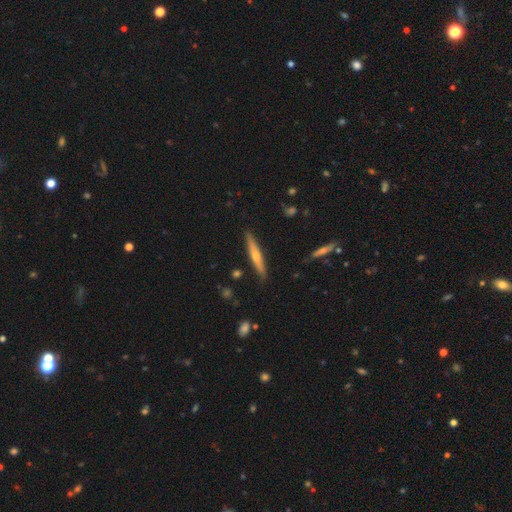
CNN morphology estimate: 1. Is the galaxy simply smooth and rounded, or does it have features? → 53% featured or disk, 41% smooth, 6% star or artifact.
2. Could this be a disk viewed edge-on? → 95% yes, 5% no.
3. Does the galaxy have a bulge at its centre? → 78% rounded, 19% none, 4% boxy.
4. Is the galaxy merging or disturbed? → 88% none, 9% minor disturbance, 2% major disturbance, 2% merger.